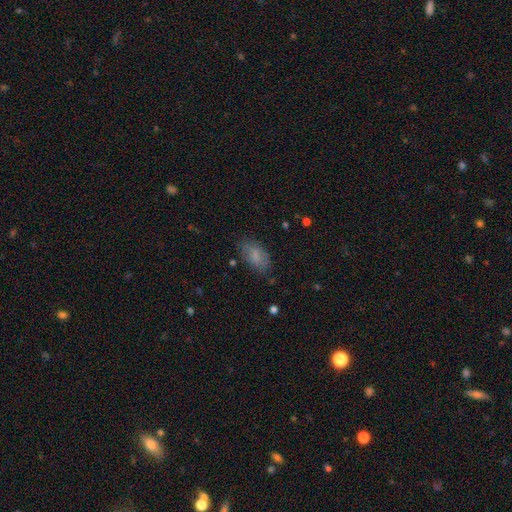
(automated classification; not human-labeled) Overall: smooth (79%). How rounded: in between (92%). Merging: none (76%).